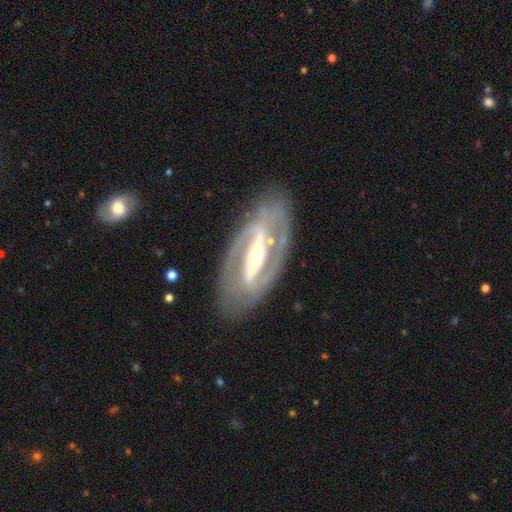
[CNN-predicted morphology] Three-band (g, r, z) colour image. It shows a featured or disk galaxy (87%) with a strong bar (67%), 2 (83%) tight (43%) spiral arms (85%) and a moderate central bulge (50%). Merging: none (82%).